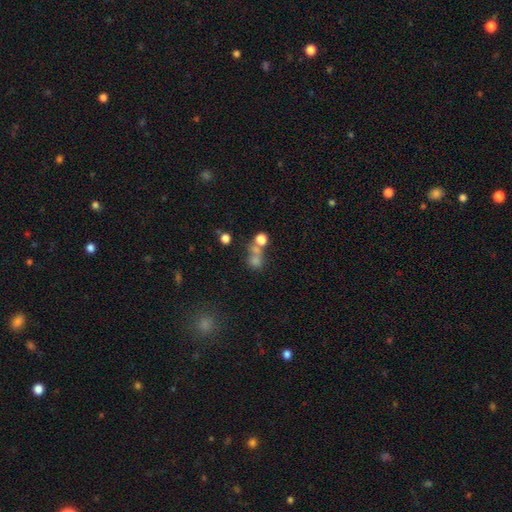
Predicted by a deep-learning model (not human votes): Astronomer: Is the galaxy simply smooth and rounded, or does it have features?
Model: smooth — 65%.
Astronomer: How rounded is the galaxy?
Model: round — 75%.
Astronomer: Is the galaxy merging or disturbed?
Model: merger — 42% (runner-up: none, 40%).